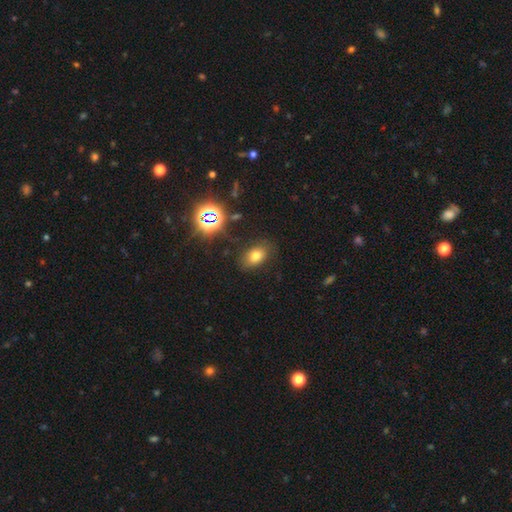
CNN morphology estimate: Q: Smooth or featured?
A: smooth (69%); runner-up: star or artifact (19%)
Q: How rounded?
A: in between (81%); runner-up: round (18%)
Q: Merging?
A: none (82%); runner-up: minor disturbance (12%)